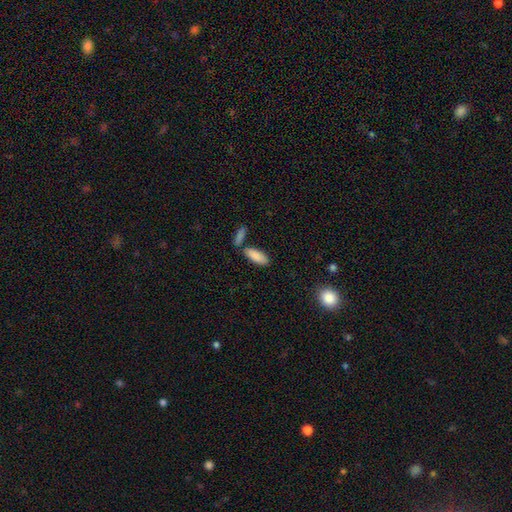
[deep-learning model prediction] smooth-or-featured: smooth: 88% | star or artifact: 6% | featured or disk: 6%
  how-rounded: in between: 80% | cigar-shaped: 18% | round: 2%
  merging: none: 69% | merger: 16% | minor disturbance: 12% | major disturbance: 3%